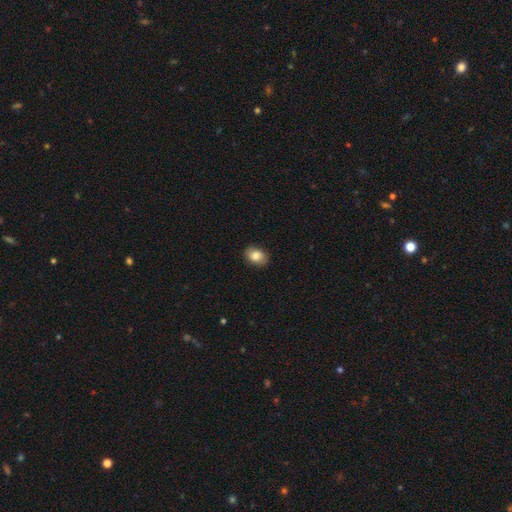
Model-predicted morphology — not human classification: smooth 84%, star or artifact 8%, featured or disk 8%. Down the decision tree: how rounded — in between (75%); merging — none (87%).